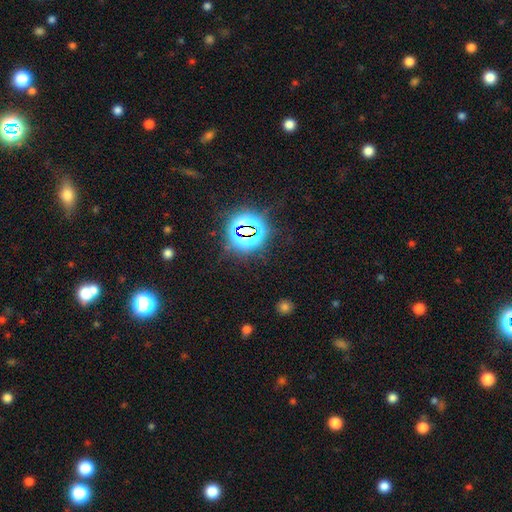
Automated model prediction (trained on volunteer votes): Overall: star or artifact (83%).